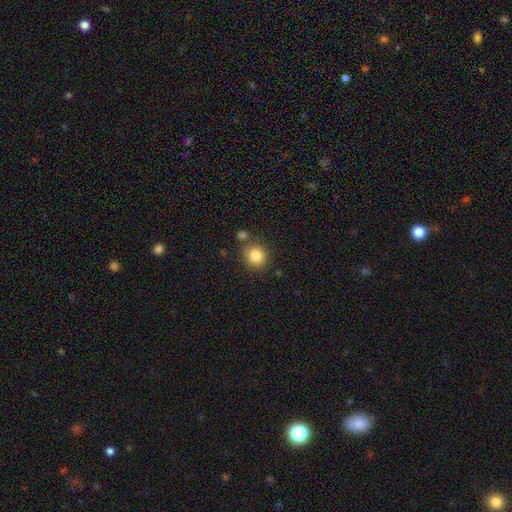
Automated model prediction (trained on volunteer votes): Smooth or featured: smooth — 84% (star or artifact — 10%)
How rounded: round — 84% (in between — 15%)
Merging: none — 78% (minor disturbance — 10%)